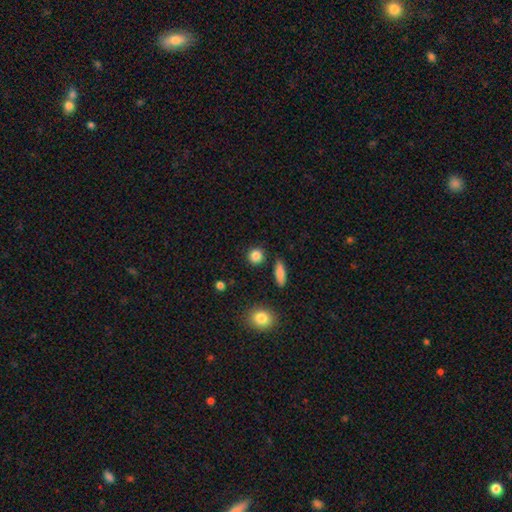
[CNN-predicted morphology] smooth 86%, star or artifact 10%, featured or disk 5%. Down the decision tree: how rounded — round (88%); merging — none (87%).